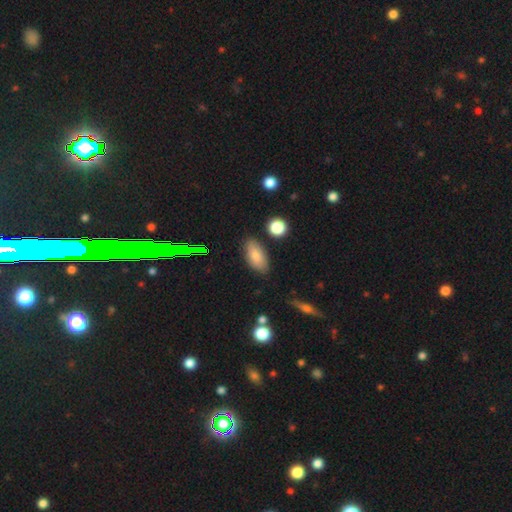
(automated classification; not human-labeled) Morphology: type=smooth (80%); roundness=in between (89%); merging=none (81%).